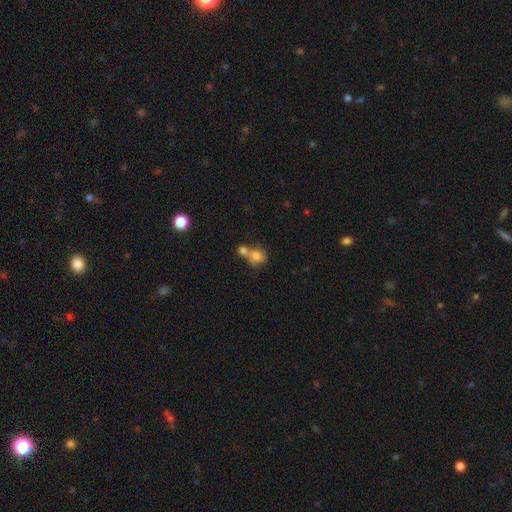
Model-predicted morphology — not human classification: This appears to be a smooth galaxy with no disk features (74%) that is in between round and cigar-shaped (54%). Merging: merger (62%).